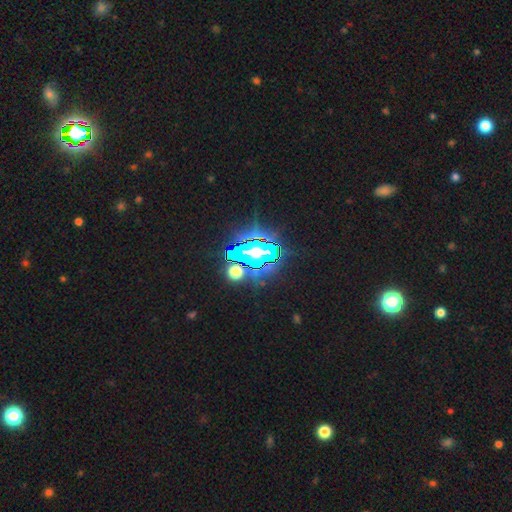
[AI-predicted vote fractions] Morphology: type=star or artifact (76%).